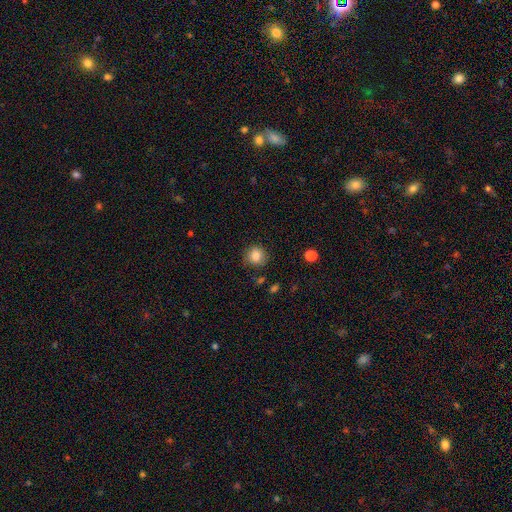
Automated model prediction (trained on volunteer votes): A smooth galaxy with no disk features (84%) that is round (88%). Merging: none (82%).